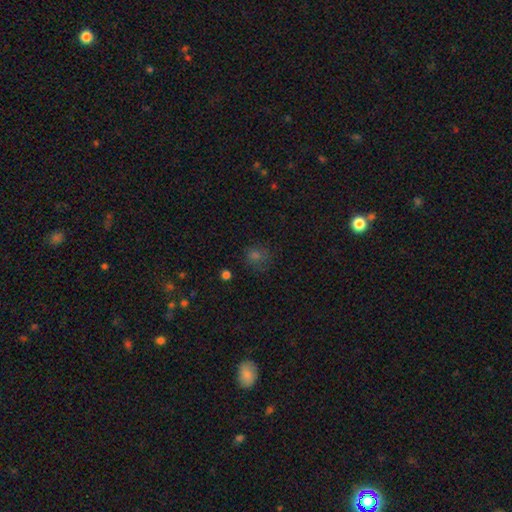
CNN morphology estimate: smooth-or-featured: smooth: 59% | star or artifact: 31% | featured or disk: 10%
  how-rounded: round: 76% | in between: 23% | cigar-shaped: 1%
  merging: none: 72% | minor disturbance: 17% | major disturbance: 9% | merger: 2%